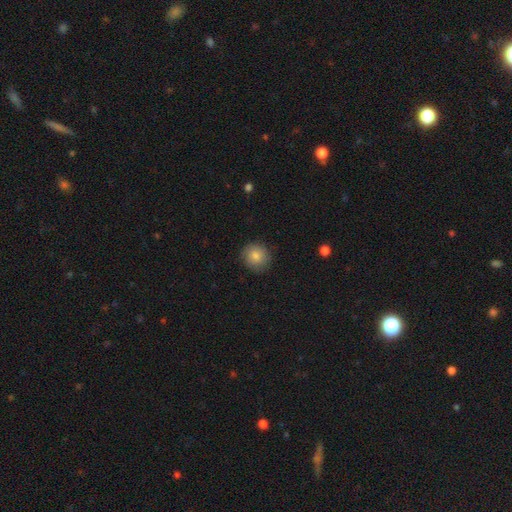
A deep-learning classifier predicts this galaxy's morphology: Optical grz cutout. It shows a smooth galaxy with no disk features (84%) that is round (91%). Merging: none (87%).